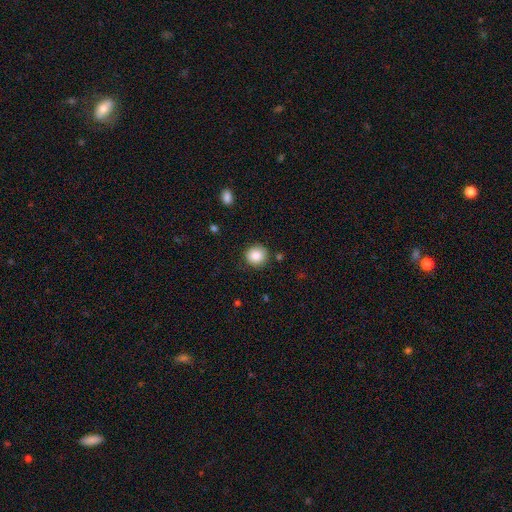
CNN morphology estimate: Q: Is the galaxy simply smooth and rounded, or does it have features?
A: smooth — 86%.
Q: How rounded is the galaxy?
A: round — 90%.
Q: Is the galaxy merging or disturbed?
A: none — 87%.